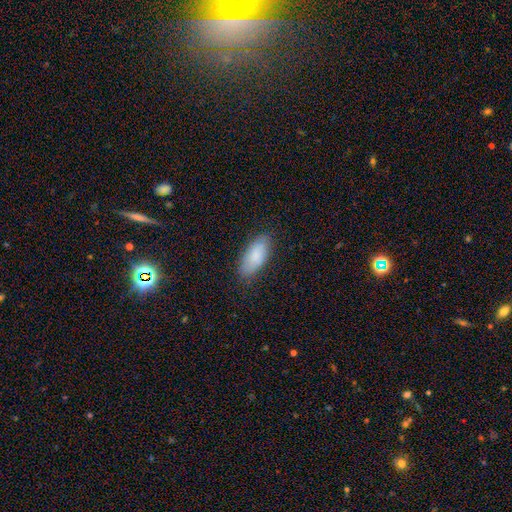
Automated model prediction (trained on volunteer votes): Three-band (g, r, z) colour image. It shows a smooth galaxy with no disk features (83%) that is in between round and cigar-shaped (85%). Merging: none (82%).